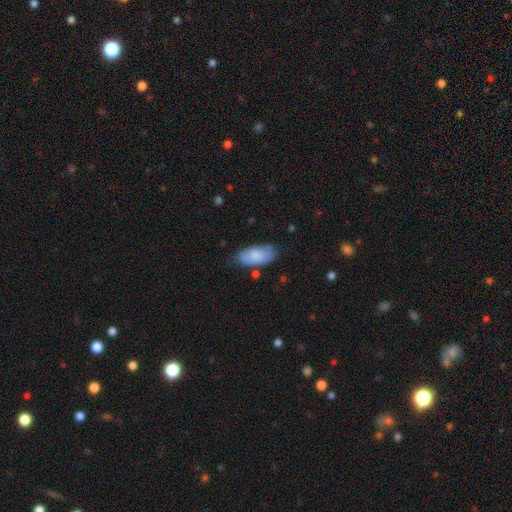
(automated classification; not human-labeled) smooth 81%, featured or disk 13%, star or artifact 6%. Down the decision tree: how rounded — in between (92%); merging — none (69%).